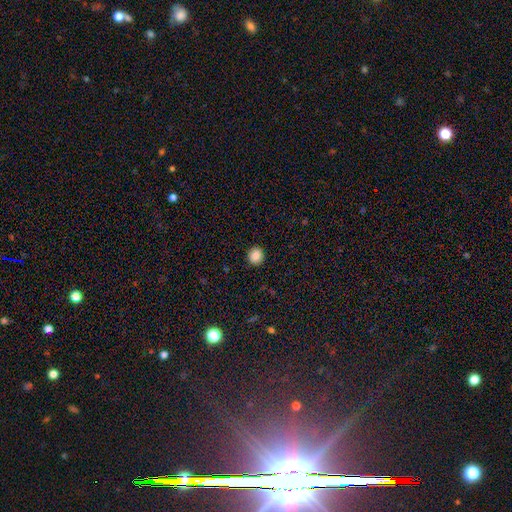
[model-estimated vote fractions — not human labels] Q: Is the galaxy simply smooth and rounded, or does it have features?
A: smooth — 87%.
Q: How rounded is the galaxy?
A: round — 81%.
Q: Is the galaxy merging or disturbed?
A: none — 91%.